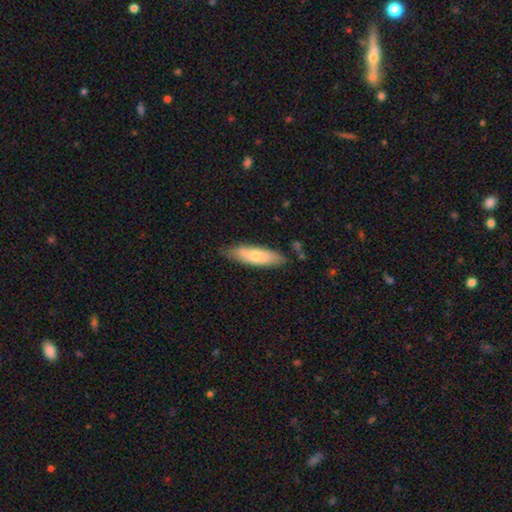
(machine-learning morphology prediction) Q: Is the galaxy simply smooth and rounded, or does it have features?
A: smooth — 66%.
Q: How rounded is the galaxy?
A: cigar-shaped — 52%.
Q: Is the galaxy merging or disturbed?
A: none — 76%.